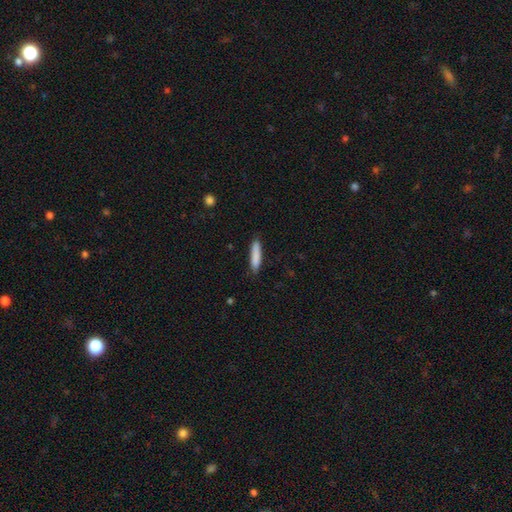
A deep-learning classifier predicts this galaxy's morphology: smooth_or_featured: smooth (p=0.85) [alt: featured or disk p=0.09]
how_rounded: cigar-shaped (p=0.84) [alt: in between p=0.15]
merging: none (p=0.85) [alt: minor disturbance p=0.12]